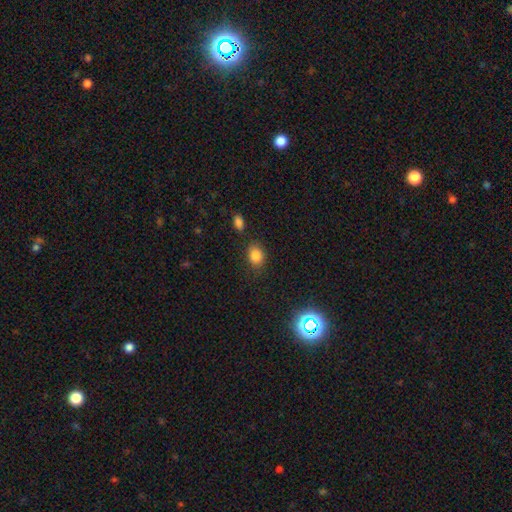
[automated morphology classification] Smooth or featured?
  - smooth: 82% *
  - star or artifact: 11%
  - featured or disk: 7%
How rounded?
  - in between: 62% *
  - round: 37%
  - cigar-shaped: 1%
Merging?
  - none: 79% *
  - minor disturbance: 13%
  - merger: 4%
  - major disturbance: 3%